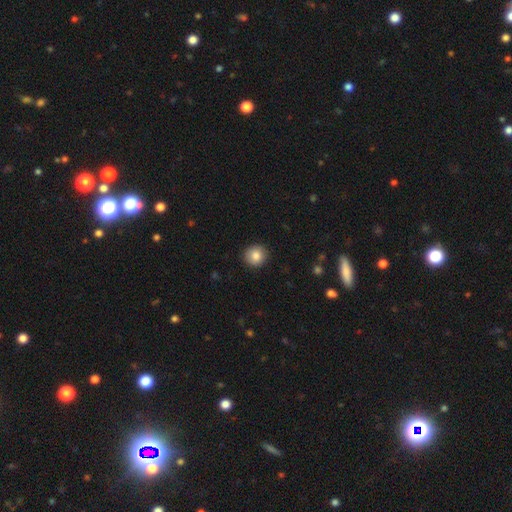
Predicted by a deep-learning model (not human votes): Overall: smooth (85%). How rounded: round (91%). Merging: none (92%).